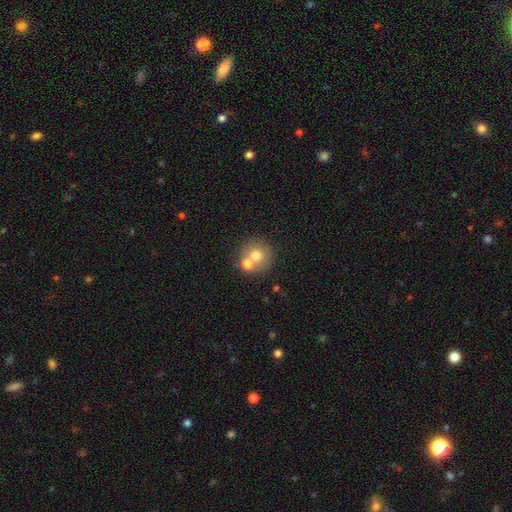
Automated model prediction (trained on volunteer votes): This appears to be a smooth galaxy with no disk features (70%) that is round (89%). Merging: none (50%).